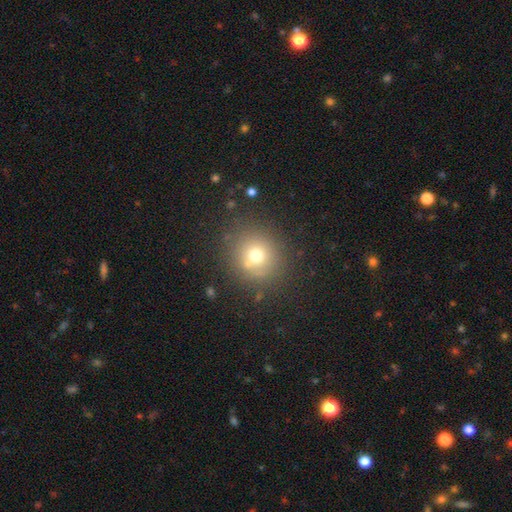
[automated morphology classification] The model was most divided on "smooth or featured": smooth: 69%, star or artifact: 18%, featured or disk: 14%. More confident: how rounded — round (89%); merging — none (78%).